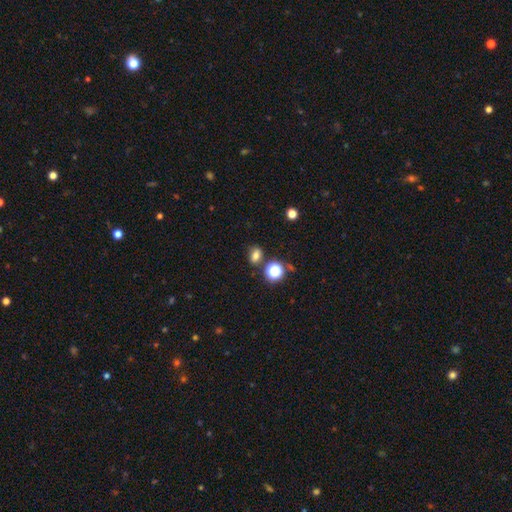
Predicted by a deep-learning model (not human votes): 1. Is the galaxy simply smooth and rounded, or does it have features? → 72% smooth, 19% star or artifact, 9% featured or disk.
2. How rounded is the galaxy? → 64% in between, 34% round, 2% cigar-shaped.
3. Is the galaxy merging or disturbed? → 76% none, 12% minor disturbance, 8% merger, 4% major disturbance.